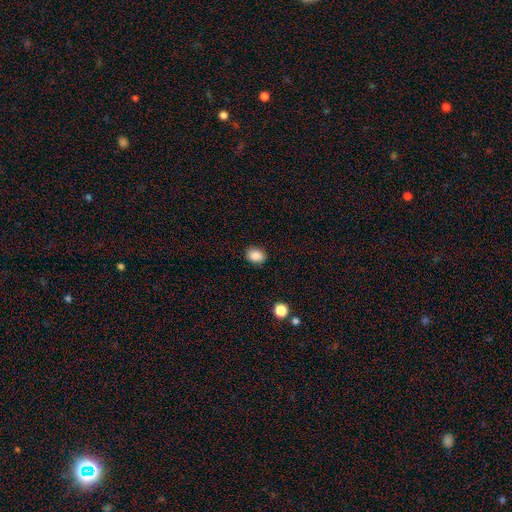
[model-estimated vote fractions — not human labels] The model was most divided on "how rounded": in between: 62%, round: 37%, cigar-shaped: 1%. More confident: smooth or featured — smooth (88%); merging — none (87%).